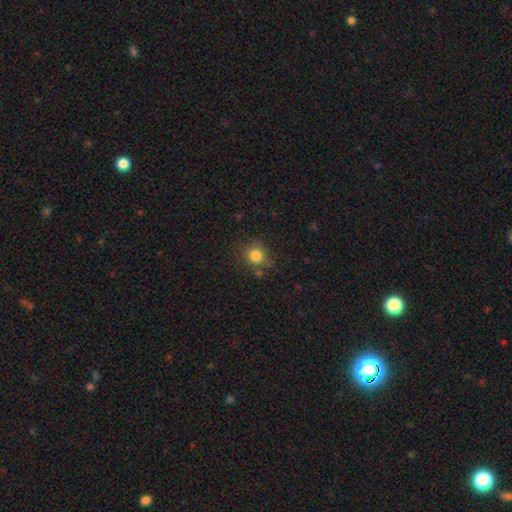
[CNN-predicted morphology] smooth-or-featured: smooth: 82% | star or artifact: 12% | featured or disk: 6%
  how-rounded: round: 88% | in between: 11% | cigar-shaped: 1%
  merging: none: 76% | minor disturbance: 15% | merger: 5% | major disturbance: 4%